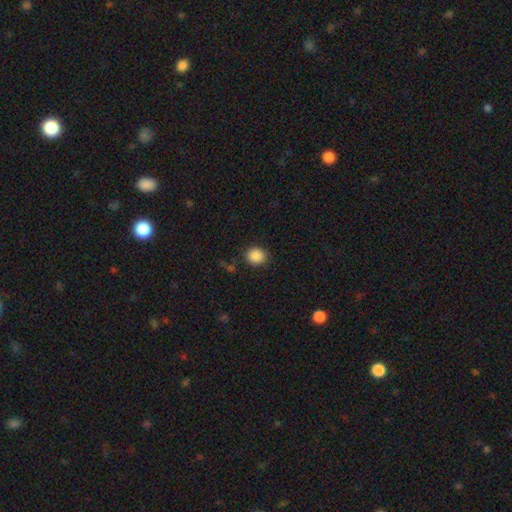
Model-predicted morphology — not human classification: Smooth or featured? Predicted: smooth (p=0.88). How rounded? Predicted: round (p=0.79). Merging? Predicted: none (p=0.85).